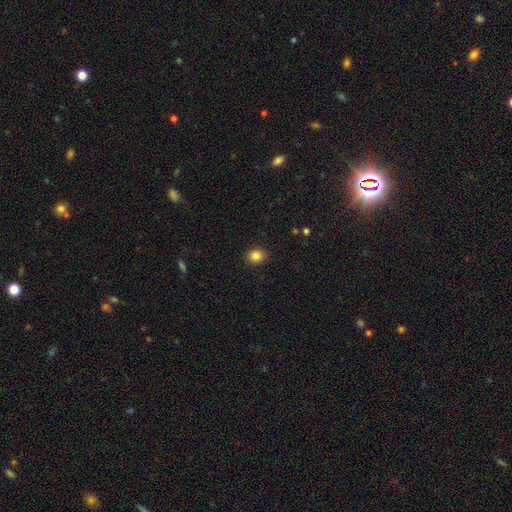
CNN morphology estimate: A smooth galaxy with no disk features (85%) that is round (67%).

Vote fractions:
- Smooth or featured? smooth: 85% / star or artifact: 10% / featured or disk: 5%
- How rounded? round: 67% / in between: 32% / cigar-shaped: 1%
- Merging? none: 89% / minor disturbance: 7% / major disturbance: 2% / merger: 1%